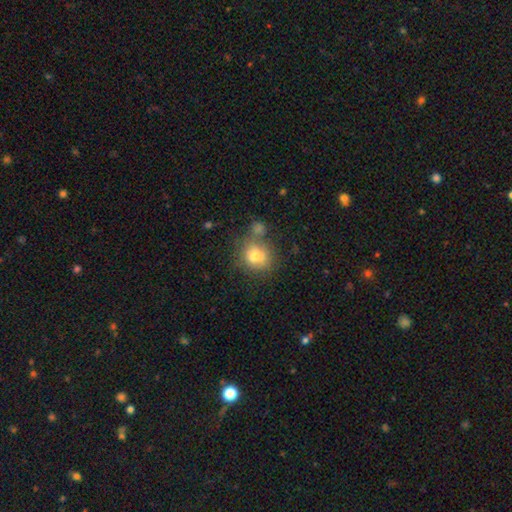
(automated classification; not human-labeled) Smooth or featured: smooth — 76% (featured or disk — 13%)
How rounded: round — 77% (in between — 22%)
Merging: none — 55% (merger — 21%)